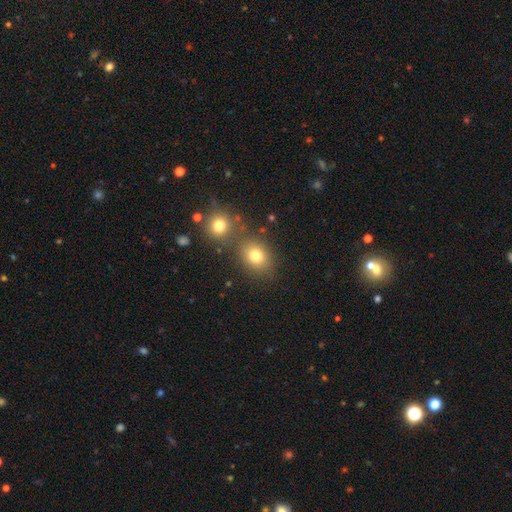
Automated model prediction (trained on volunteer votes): Smooth or featured? Predicted: smooth (p=0.76). How rounded? Predicted: round (p=0.57). Merging? Predicted: none (p=0.64).